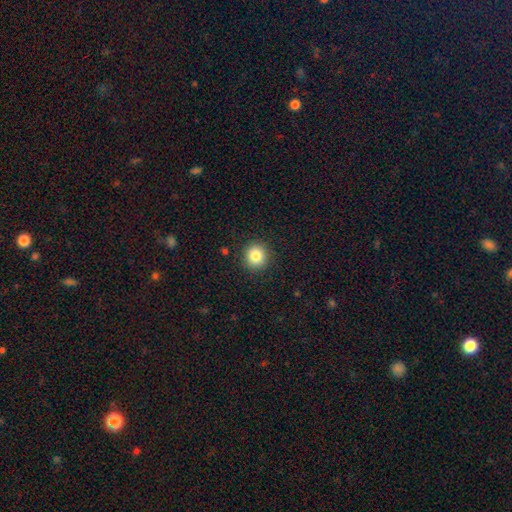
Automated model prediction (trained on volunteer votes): A smooth galaxy with no disk features (84%) that is round (90%). Merging: none (91%).